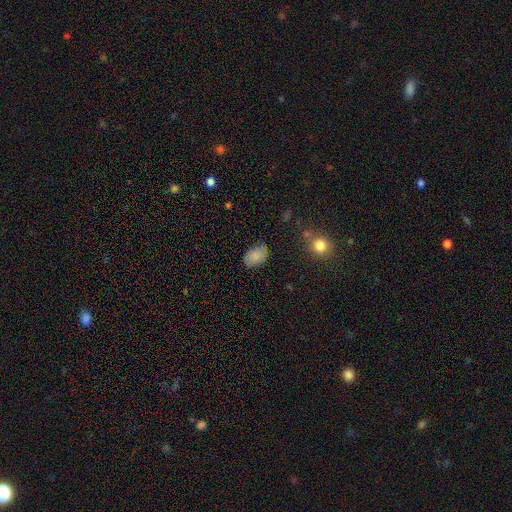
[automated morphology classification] smooth-or-featured: smooth: 81% | featured or disk: 10% | star or artifact: 9%
  how-rounded: in between: 81% | round: 18% | cigar-shaped: 1%
  merging: none: 58% | minor disturbance: 32% | major disturbance: 7% | merger: 3%